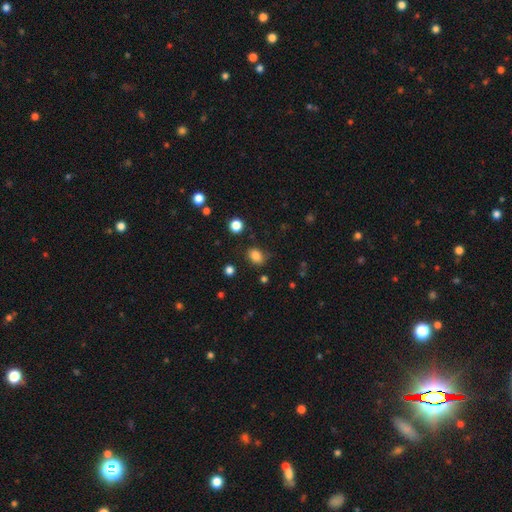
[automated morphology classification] Smooth or featured? Predicted: smooth (p=0.83). How rounded? Predicted: in between (p=0.64). Merging? Predicted: none (p=0.73).